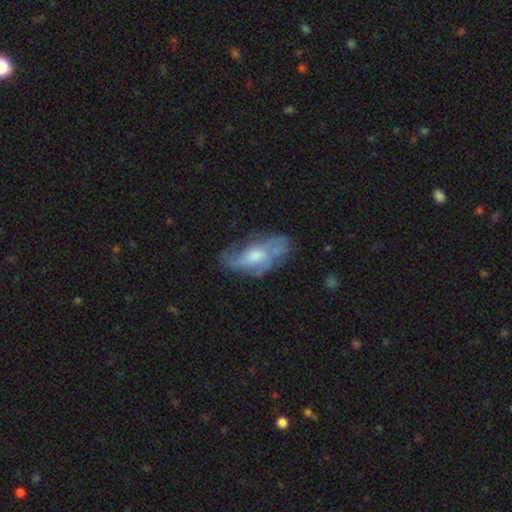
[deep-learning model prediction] Smooth or featured? featured or disk (71%)
Edge-on disk? no (92%)
Bar? no (65%)
Spiral arms? yes (83%)
Spiral winding? medium (44%)
Spiral arm count? can't tell (35%)
Bulge size? moderate (56%)
Merging? none (61%)